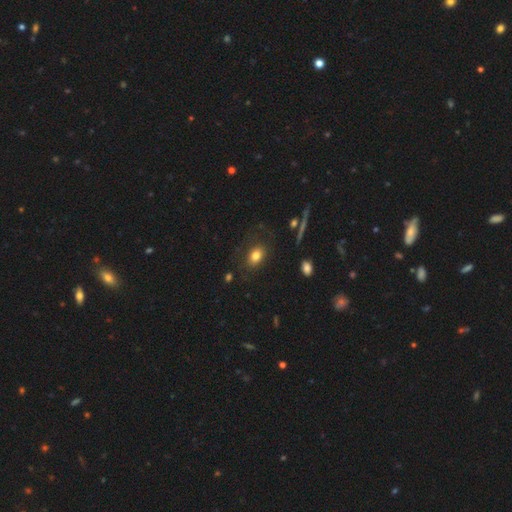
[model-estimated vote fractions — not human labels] smooth 79%, featured or disk 11%, star or artifact 10%. Down the decision tree: how rounded — in between (72%); merging — none (77%).